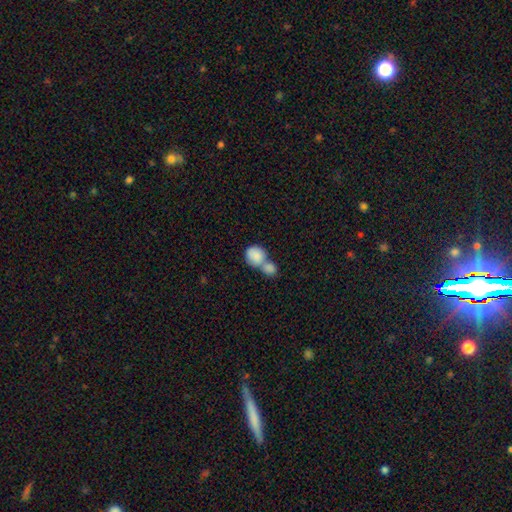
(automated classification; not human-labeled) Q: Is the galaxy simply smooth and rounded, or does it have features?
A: smooth — 84%.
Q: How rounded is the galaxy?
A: round — 66%.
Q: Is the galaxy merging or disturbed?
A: merger — 72%.